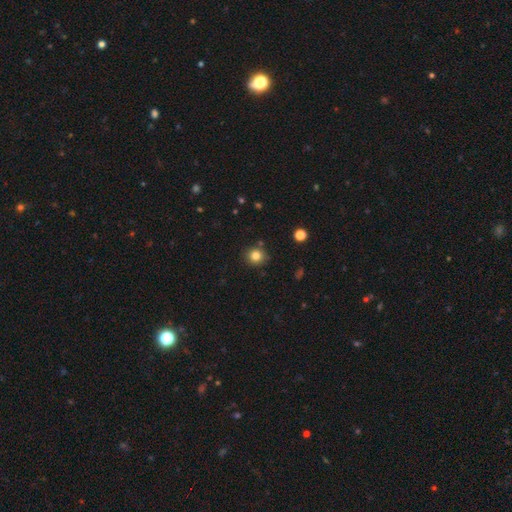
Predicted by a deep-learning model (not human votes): Smooth or featured? smooth (82%)
How rounded? round (90%)
Merging? none (85%)